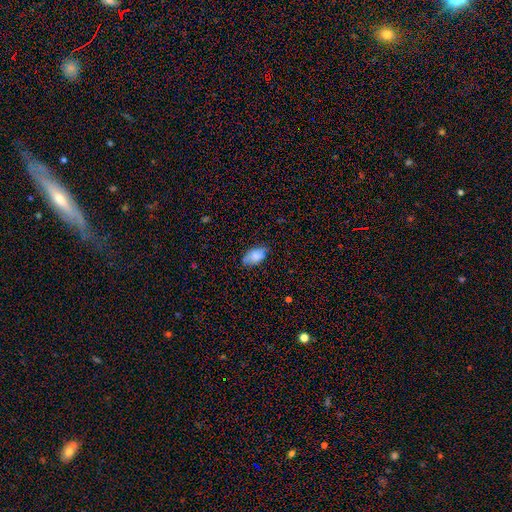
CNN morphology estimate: A smooth galaxy with no disk features (81%) that is in between round and cigar-shaped (93%).

Vote fractions:
- Smooth or featured? smooth: 81% / featured or disk: 11% / star or artifact: 8%
- How rounded? in between: 93% / round: 5% / cigar-shaped: 2%
- Merging? none: 75% / minor disturbance: 21% / major disturbance: 4% / merger: 1%